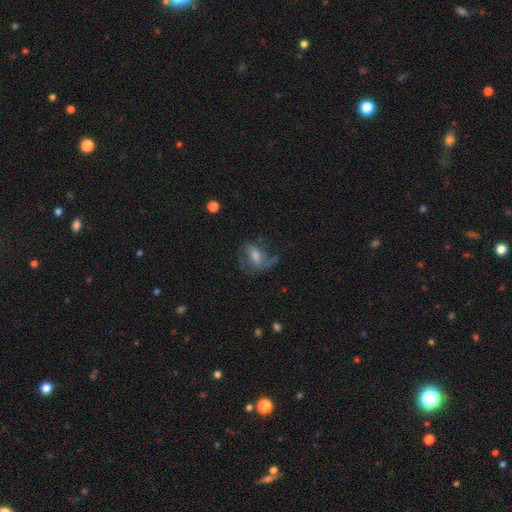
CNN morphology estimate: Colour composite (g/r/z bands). It shows a featured or disk galaxy (65%) with a weak bar (46%), 2 (55%) loose (43%) spiral arms (85%) and a moderate central bulge (46%). Merging: none (48%).